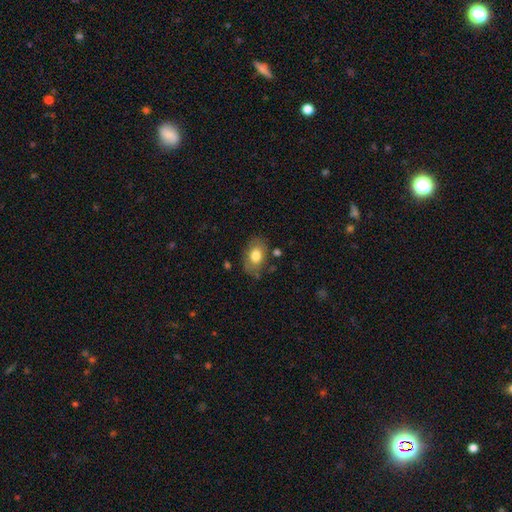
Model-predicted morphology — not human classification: This appears to be a smooth galaxy with no disk features (73%) that is in between round and cigar-shaped (84%). Merging: none (73%).